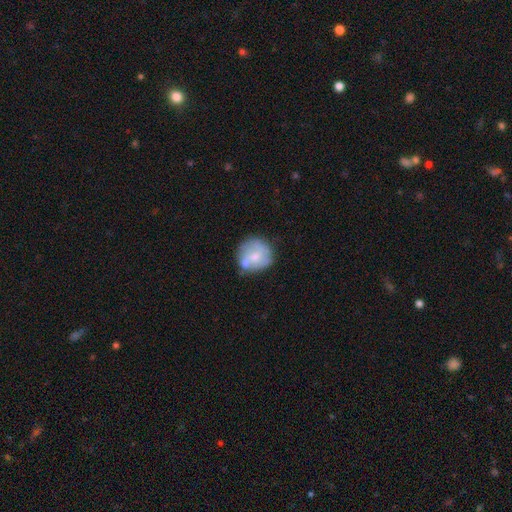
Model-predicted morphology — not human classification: smooth-or-featured: smooth: 57% | featured or disk: 36% | star or artifact: 7%
  how-rounded: round: 86% | in between: 13% | cigar-shaped: 1%
  merging: none: 53% | minor disturbance: 20% | merger: 19% | major disturbance: 8%